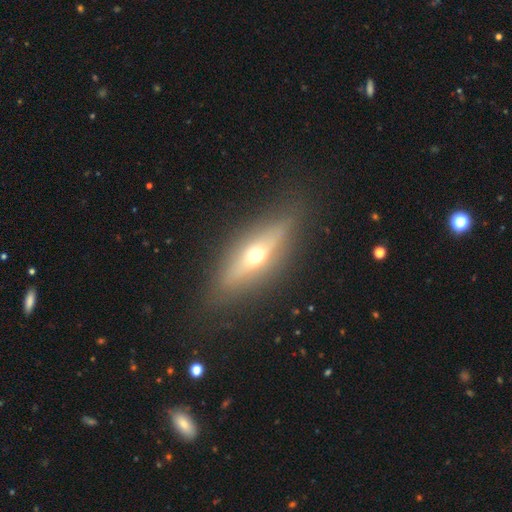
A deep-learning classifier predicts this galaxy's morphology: Smooth or featured? Predicted: featured or disk (p=0.63). Edge-on disk? Predicted: yes (p=0.84). Edge-on bulge? Predicted: rounded (p=0.93). Merging? Predicted: none (p=0.84).